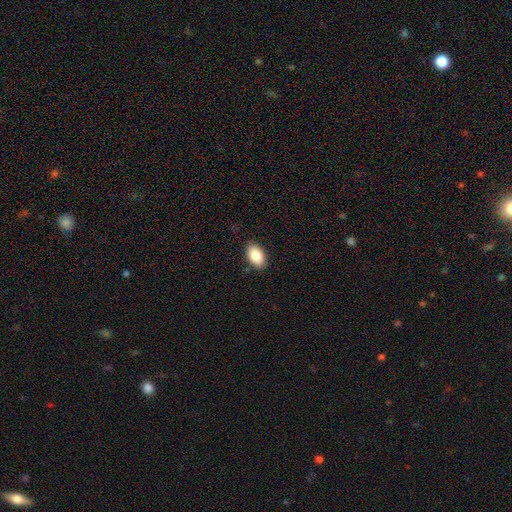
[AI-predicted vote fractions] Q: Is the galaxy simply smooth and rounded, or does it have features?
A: smooth — 87%.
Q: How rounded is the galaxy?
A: in between — 92%.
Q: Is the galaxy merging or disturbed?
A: none — 87%.